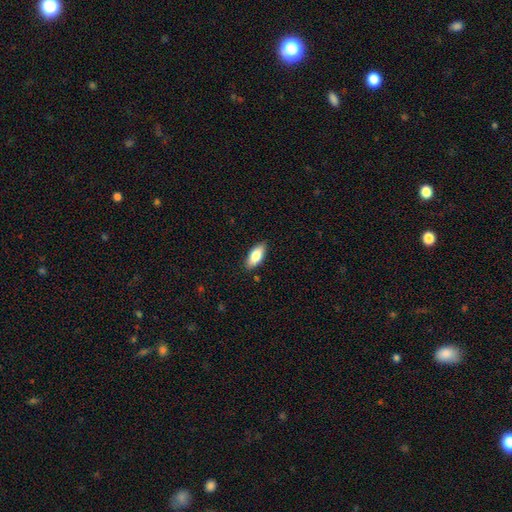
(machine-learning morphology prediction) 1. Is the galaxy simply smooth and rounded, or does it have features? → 81% smooth, 13% featured or disk, 6% star or artifact.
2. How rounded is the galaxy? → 85% in between, 13% cigar-shaped, 2% round.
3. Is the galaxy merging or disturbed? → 87% none, 10% minor disturbance, 2% major disturbance, 1% merger.